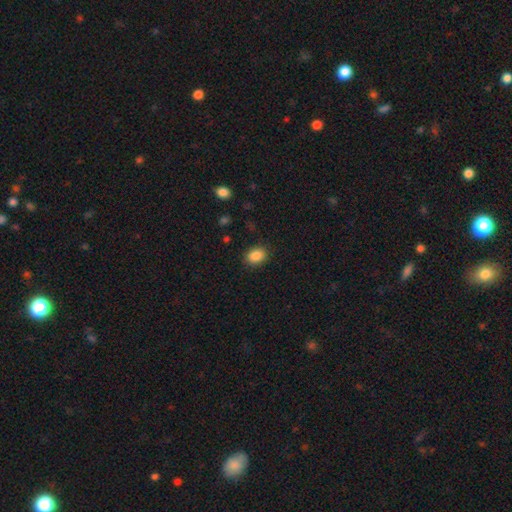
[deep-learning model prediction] Smooth or featured? smooth (87%)
How rounded? in between (66%)
Merging? none (87%)